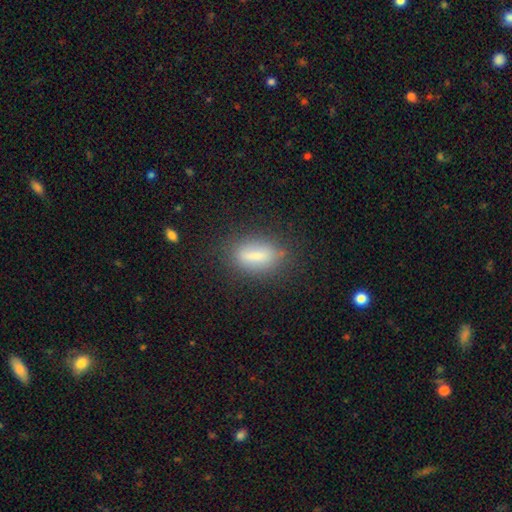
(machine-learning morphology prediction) Smooth or featured? Predicted: smooth (p=0.68). How rounded? Predicted: in between (p=0.66). Merging? Predicted: none (p=0.74).